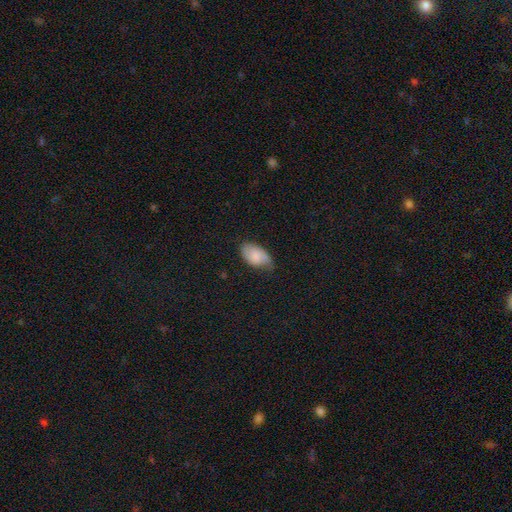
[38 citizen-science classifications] smooth_or_featured: smooth (p=0.66) [alt: featured or disk p=0.34]
how_rounded: in between (p=0.96) [alt: round p=0.04]
merging: none (p=0.55) [alt: minor disturbance p=0.29]